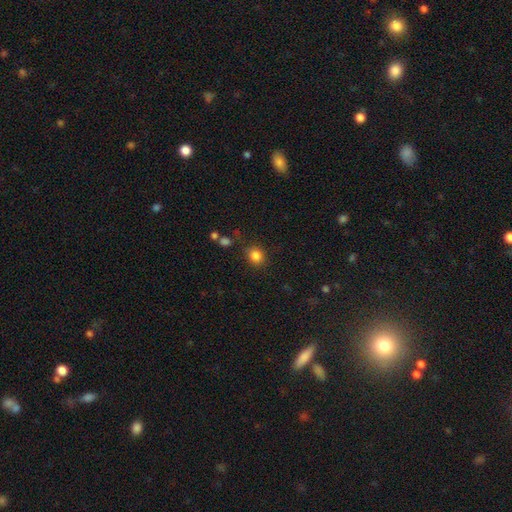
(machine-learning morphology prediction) Q: Smooth or featured?
A: smooth (84%); runner-up: star or artifact (11%)
Q: How rounded?
A: round (74%); runner-up: in between (26%)
Q: Merging?
A: none (82%); runner-up: minor disturbance (11%)